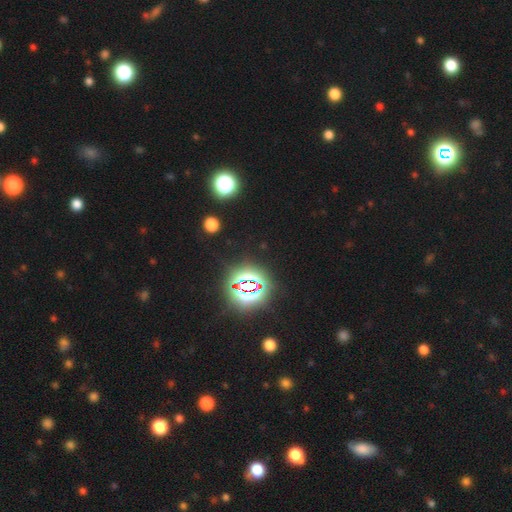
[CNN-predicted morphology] smooth-or-featured: star or artifact: 81% | smooth: 13% | featured or disk: 6%